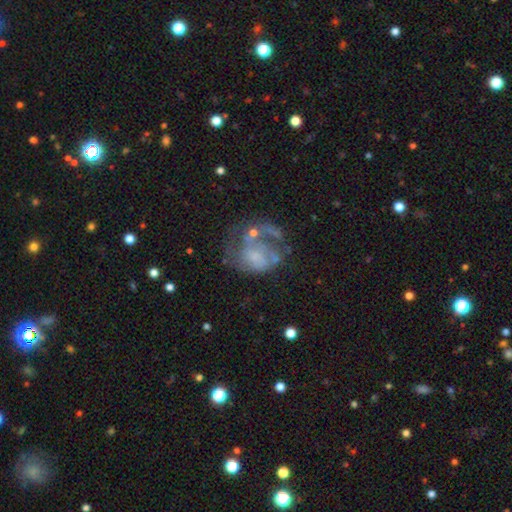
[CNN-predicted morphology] Smooth or featured: featured or disk — 65% (smooth — 25%)
Edge-on disk: no — 98% (yes — 2%)
Bar: no — 78% (weak — 18%)
Spiral arms: yes — 54% (no — 46%)
Bulge size: none — 45% (small — 26%)
Merging: major disturbance — 43% (none — 29%)